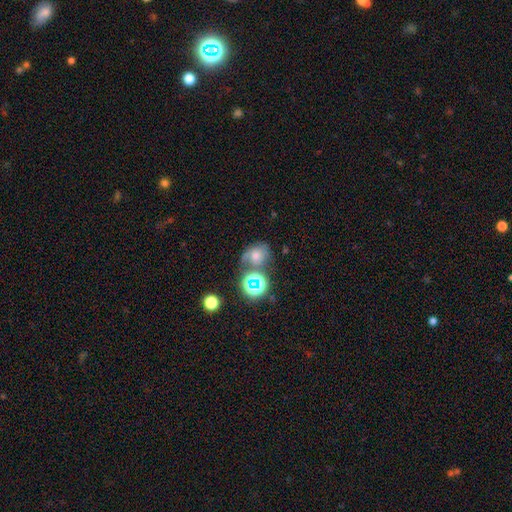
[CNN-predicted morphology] type=smooth (37%); merging=none (50%).